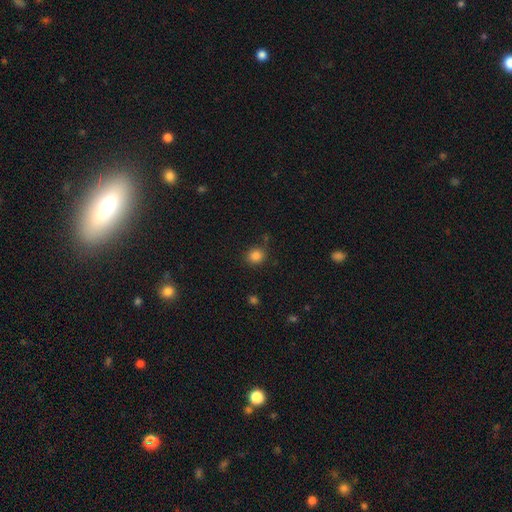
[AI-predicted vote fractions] Smooth or featured: smooth — 84% (star or artifact — 12%)
How rounded: round — 84% (in between — 16%)
Merging: none — 81% (minor disturbance — 12%)